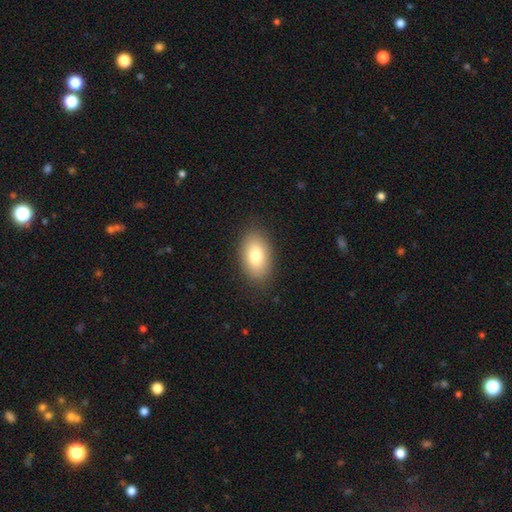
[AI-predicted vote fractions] Morphology: type=smooth (80%); roundness=in between (92%); merging=none (87%).